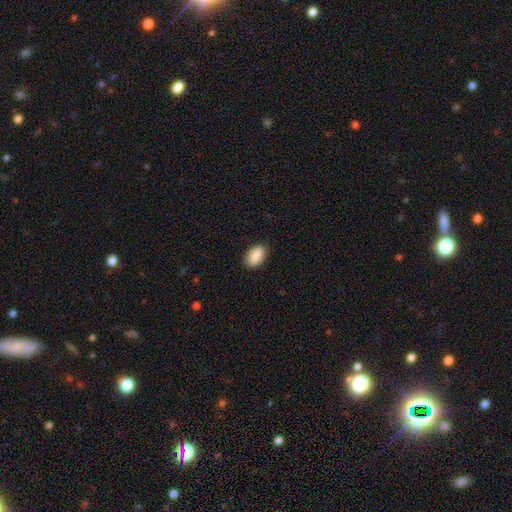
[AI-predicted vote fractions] smooth-or-featured: smooth: 90% | star or artifact: 6% | featured or disk: 4%
  how-rounded: in between: 93% | round: 4% | cigar-shaped: 3%
  merging: none: 88% | minor disturbance: 9% | major disturbance: 2% | merger: 1%